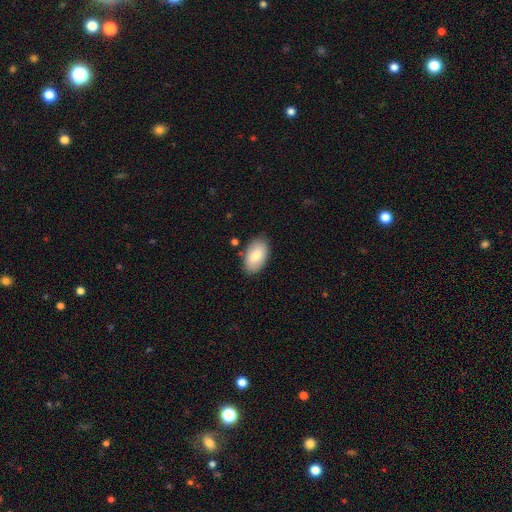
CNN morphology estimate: A smooth galaxy with no disk features (81%) that is in between round and cigar-shaped (94%). Merging: none (83%).